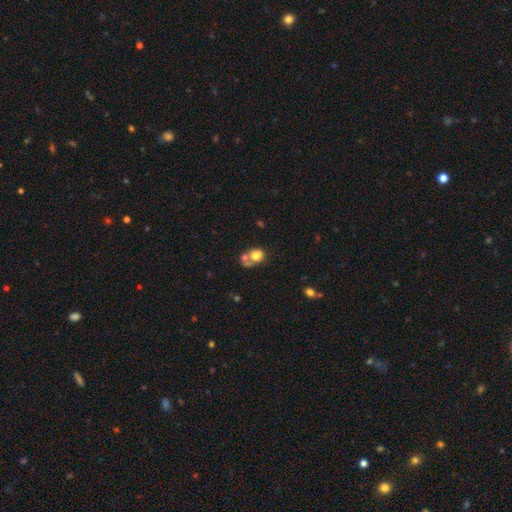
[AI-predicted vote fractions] Overall: smooth (70%). How rounded: round (54%; in between 45%). Merging: merger (53%; none 28%).